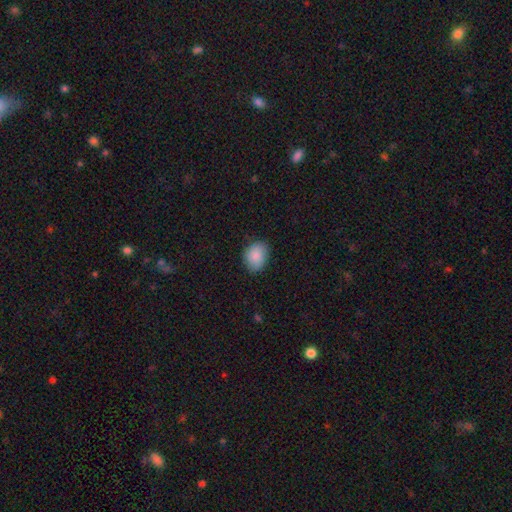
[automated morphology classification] smooth_or_featured: smooth (p=0.88) [alt: star or artifact p=0.07]
how_rounded: in between (p=0.60) [alt: round p=0.39]
merging: none (p=0.81) [alt: minor disturbance p=0.16]